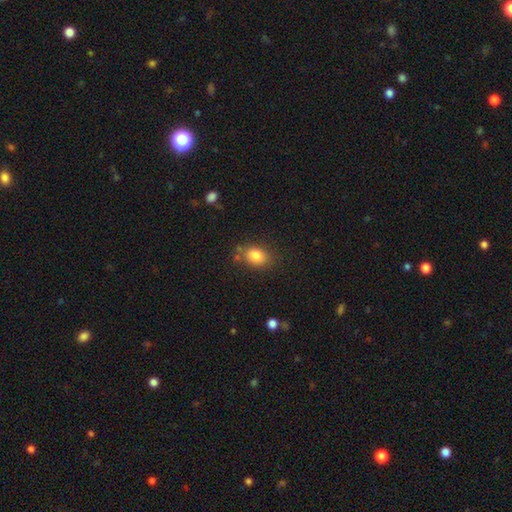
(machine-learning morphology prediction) This appears to be a smooth galaxy with no disk features (82%) that is in between round and cigar-shaped (63%). Merging: none (73%).